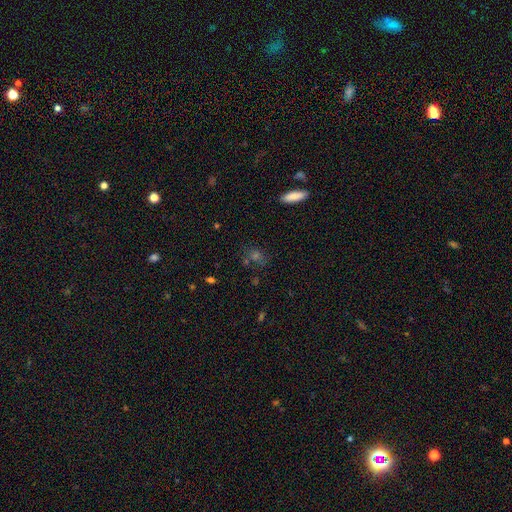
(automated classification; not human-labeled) A smooth galaxy with no disk features (48%). Merging: none (72%).